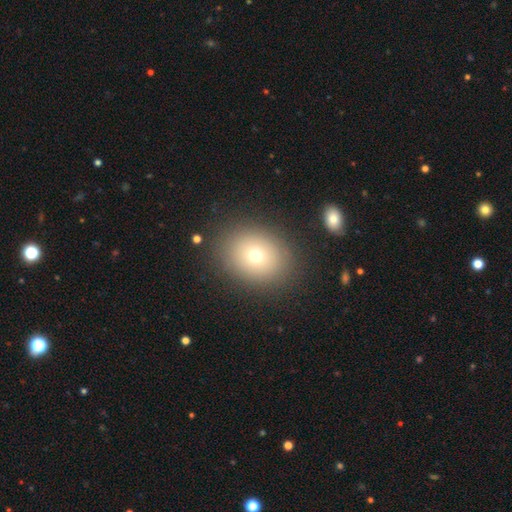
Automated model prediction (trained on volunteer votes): Morphology: type=smooth (71%); roundness=round (53%); merging=none (85%).